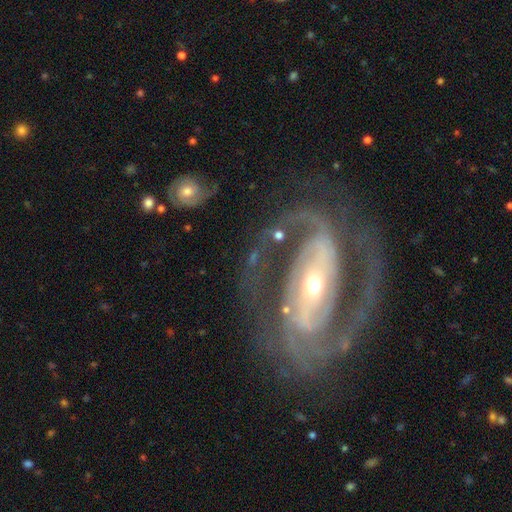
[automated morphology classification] Overall: featured or disk (92%). Edge-on disk: no (96%). Bar: strong (59%; weak 26%). Spiral arms: yes (97%). Spiral arm count: 2 (87%). Spiral winding: medium (51%; tight 39%). Bulge size: small (49%; moderate 45%). Merging: none (74%).